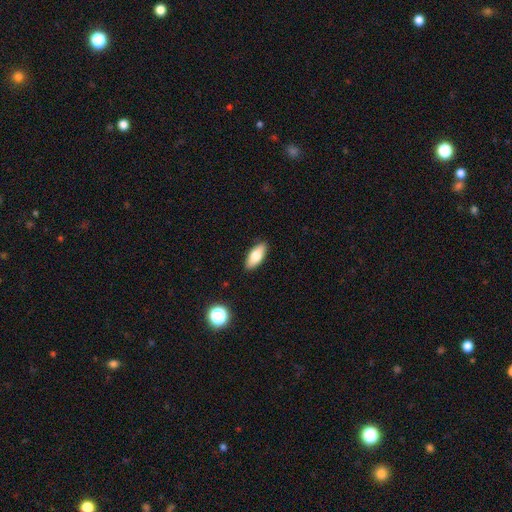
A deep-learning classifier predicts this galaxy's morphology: This is likely a smooth galaxy (77%). How rounded: clearly in between (82%). Merging: clearly none (89%).